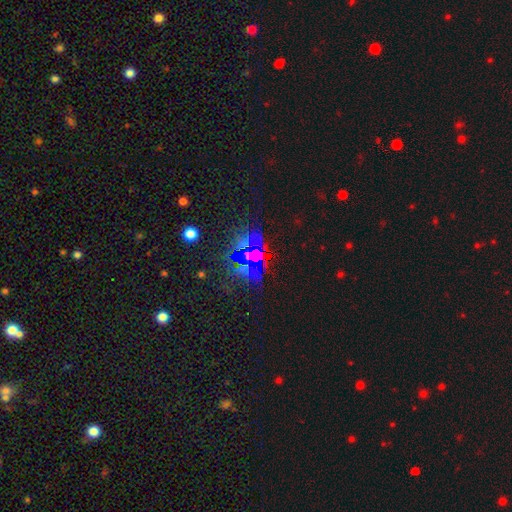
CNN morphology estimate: Q: Smooth or featured?
A: star or artifact (77%); runner-up: featured or disk (12%)